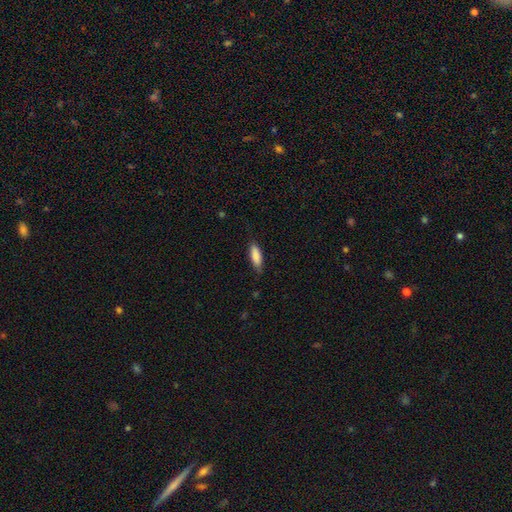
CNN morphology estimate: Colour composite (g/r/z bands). It shows a smooth galaxy with no disk features (84%) that is in between round and cigar-shaped (51%). Merging: none (78%).